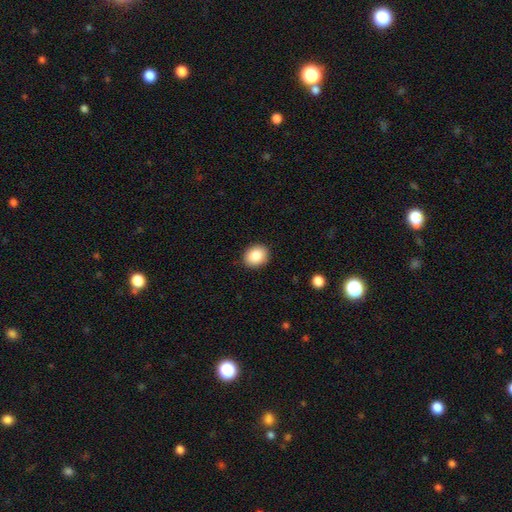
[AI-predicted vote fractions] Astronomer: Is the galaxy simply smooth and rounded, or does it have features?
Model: smooth — 86%.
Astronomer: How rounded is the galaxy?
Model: round — 58% (runner-up: in between, 42%).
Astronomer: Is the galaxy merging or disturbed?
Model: none — 89%.